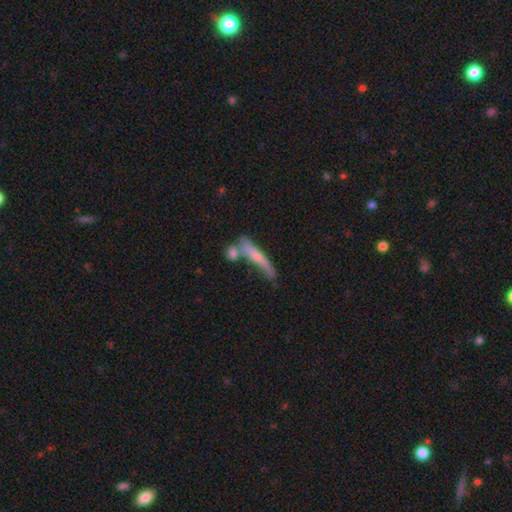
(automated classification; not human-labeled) Q: Smooth or featured?
A: smooth (49%); runner-up: featured or disk (44%)
Q: Merging?
A: none (44%); runner-up: merger (26%)